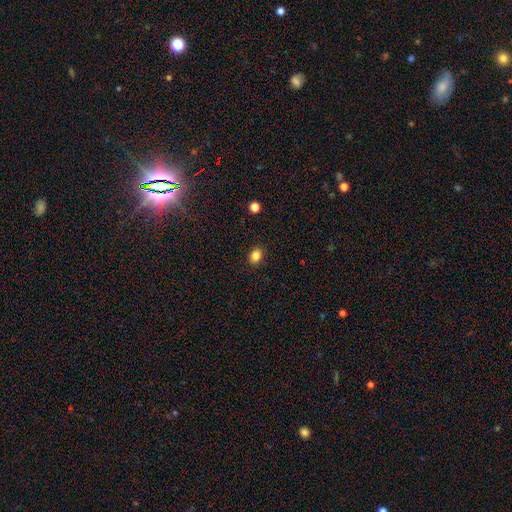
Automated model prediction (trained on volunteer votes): Smooth or featured: smooth — 85% (star or artifact — 10%)
How rounded: in between — 66% (round — 33%)
Merging: none — 88% (minor disturbance — 8%)